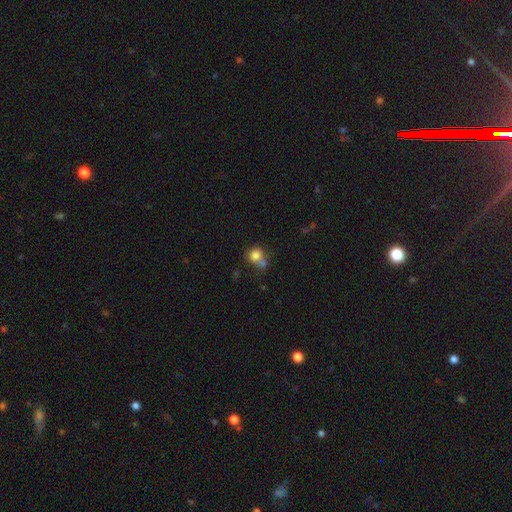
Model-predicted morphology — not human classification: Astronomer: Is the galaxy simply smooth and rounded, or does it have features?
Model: smooth — 79%.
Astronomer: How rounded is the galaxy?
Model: round — 83%.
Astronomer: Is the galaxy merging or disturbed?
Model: none — 49% (runner-up: merger, 32%).